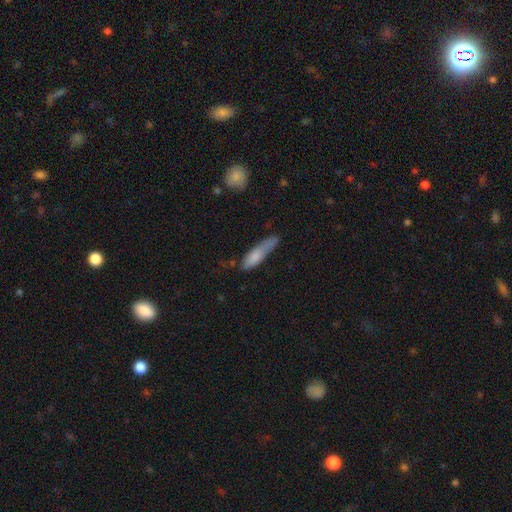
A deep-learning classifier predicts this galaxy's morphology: A smooth galaxy with no disk features (75%) that is cigar-shaped (72%). Merging: none (42%).